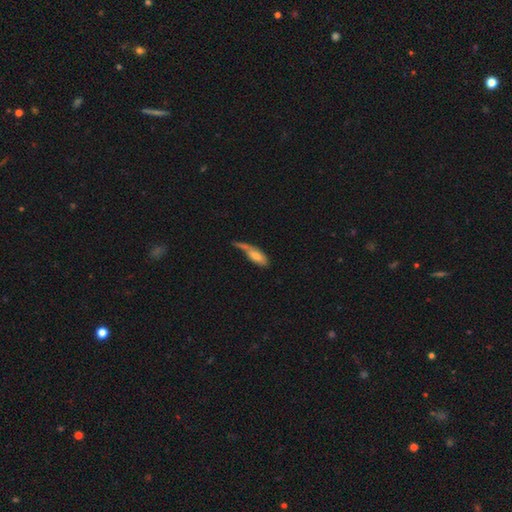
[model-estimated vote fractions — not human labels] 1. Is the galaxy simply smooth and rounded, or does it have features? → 64% smooth, 29% featured or disk, 7% star or artifact.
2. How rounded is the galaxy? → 69% in between, 28% cigar-shaped, 3% round.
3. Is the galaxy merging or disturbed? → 30% major disturbance, 28% none, 27% minor disturbance, 16% merger.